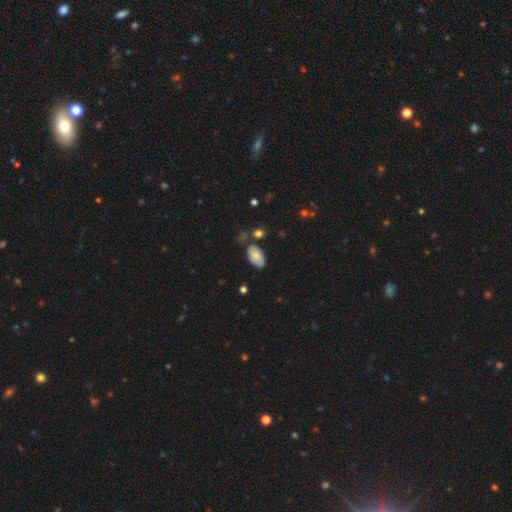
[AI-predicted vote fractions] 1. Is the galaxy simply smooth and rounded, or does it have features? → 74% smooth, 19% featured or disk, 7% star or artifact.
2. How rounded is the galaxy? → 94% in between, 4% round, 2% cigar-shaped.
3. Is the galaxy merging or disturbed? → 64% none, 21% minor disturbance, 9% merger, 6% major disturbance.